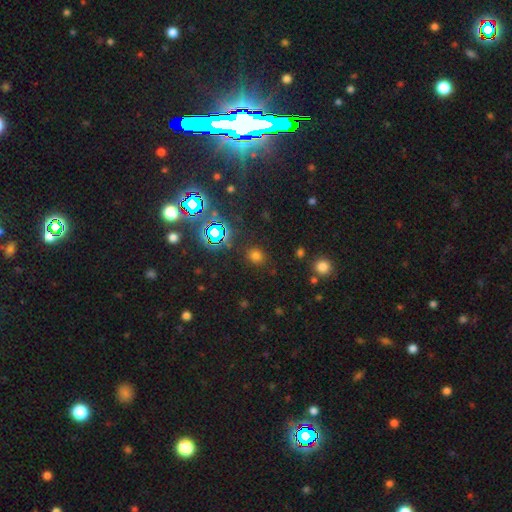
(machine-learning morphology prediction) Overall: smooth (66%; star or artifact 28%). How rounded: round (74%). Merging: none (84%).